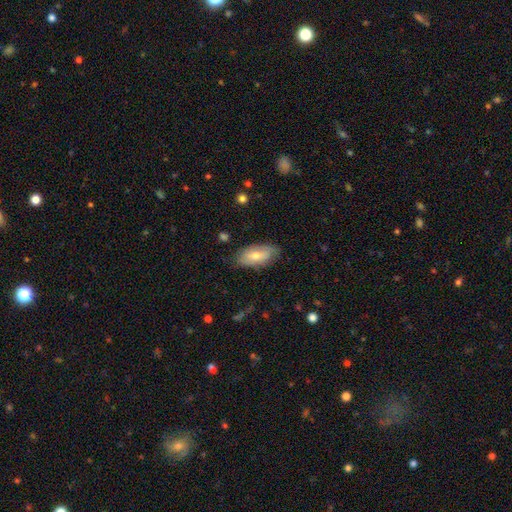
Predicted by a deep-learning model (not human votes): This is possibly a smooth galaxy (59%). How rounded: clearly in between (89%). Merging: likely none (76%).